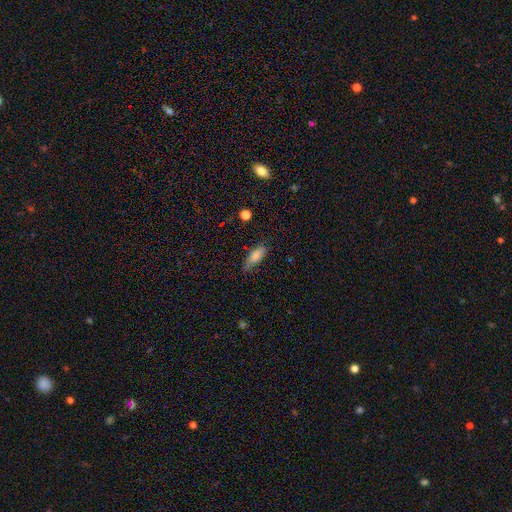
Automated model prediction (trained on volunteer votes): A smooth galaxy with no disk features (81%) that is in between round and cigar-shaped (73%).

Vote fractions:
- Smooth or featured? smooth: 81% / featured or disk: 12% / star or artifact: 8%
- How rounded? in between: 73% / cigar-shaped: 25% / round: 2%
- Merging? none: 66% / minor disturbance: 27% / major disturbance: 6% / merger: 2%